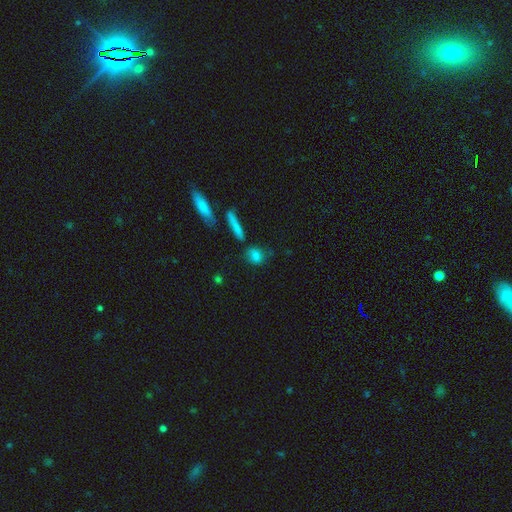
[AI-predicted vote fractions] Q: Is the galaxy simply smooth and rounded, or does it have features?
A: smooth — 77%.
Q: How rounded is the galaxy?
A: in between — 52%.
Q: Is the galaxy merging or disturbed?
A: none — 62%.